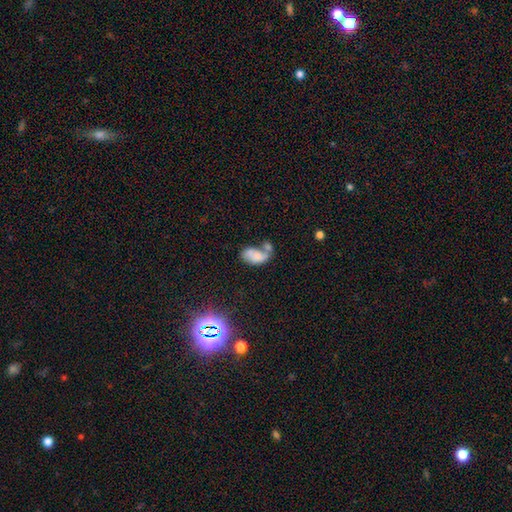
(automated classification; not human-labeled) The model was most divided on "merging": merger: 48%, none: 21%, minor disturbance: 16%, major disturbance: 15%. More confident: how rounded — in between (91%); smooth or featured — smooth (65%).